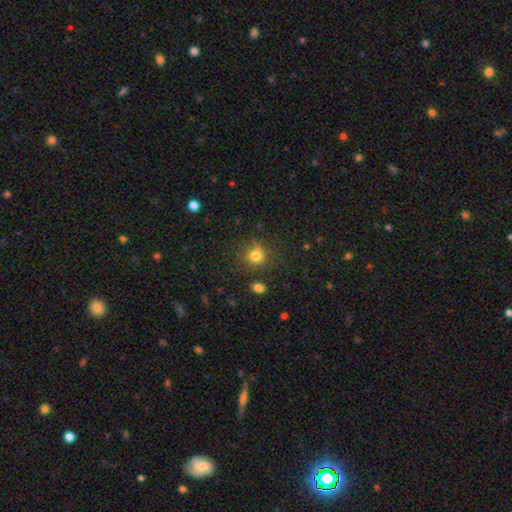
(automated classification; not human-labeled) Smooth or featured?
  - smooth: 79% *
  - star or artifact: 14%
  - featured or disk: 7%
How rounded?
  - round: 84% *
  - in between: 15%
  - cigar-shaped: 1%
Merging?
  - none: 75% *
  - minor disturbance: 16%
  - major disturbance: 6%
  - merger: 4%